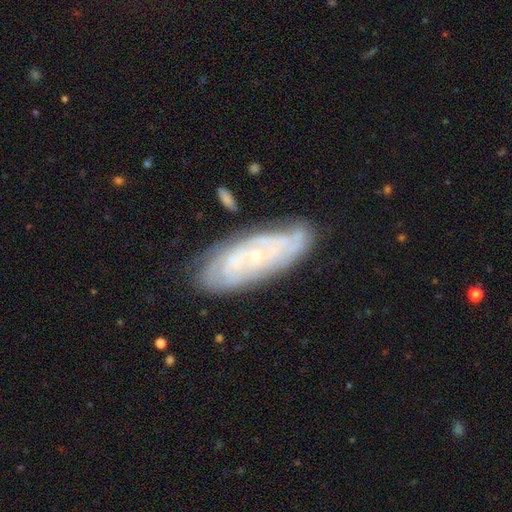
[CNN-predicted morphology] A featured or disk galaxy (76%) with no bar (75%), tight (74%) spiral arms (88%) and a small central bulge (80%).

Vote fractions:
- Smooth or featured? featured or disk: 76% / smooth: 17% / star or artifact: 7%
- Edge-on disk? no: 88% / yes: 12%
- Bar? no: 75% / weak: 20% / strong: 5%
- Spiral arms? yes: 88% / no: 12%
- Spiral winding? tight: 74% / medium: 21% / loose: 5%
- Spiral arm count? can't tell: 51% / 2: 16% / 3: 12% / 4: 11% / more than 4: 6% / 1: 5%
- Bulge size? small: 80% / moderate: 15% / none: 3% / large: 1% / dominant: 1%
- Merging? none: 75% / minor disturbance: 18% / major disturbance: 5% / merger: 3%